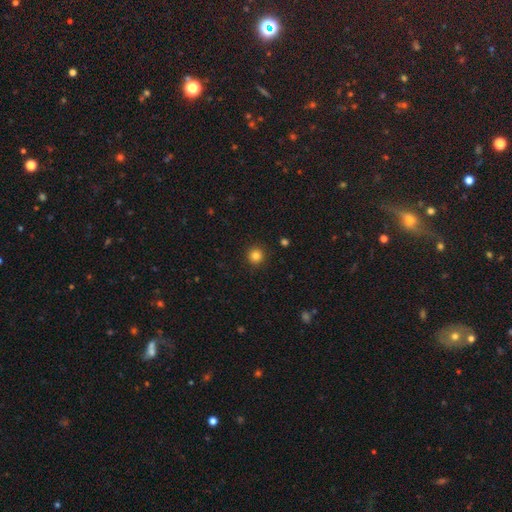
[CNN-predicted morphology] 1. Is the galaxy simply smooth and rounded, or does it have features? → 83% smooth, 12% star or artifact, 5% featured or disk.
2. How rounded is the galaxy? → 95% round, 4% in between, 1% cigar-shaped.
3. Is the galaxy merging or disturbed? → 92% none, 5% minor disturbance, 2% major disturbance, 1% merger.